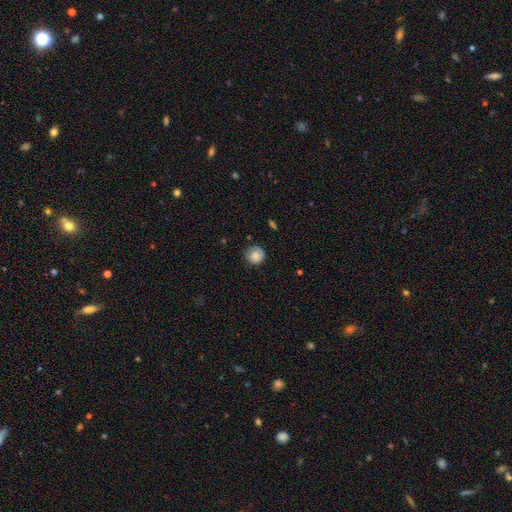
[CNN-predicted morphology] A smooth galaxy with no disk features (78%) that is round (92%).

Vote fractions:
- Smooth or featured? smooth: 78% / featured or disk: 13% / star or artifact: 8%
- How rounded? round: 92% / in between: 7% / cigar-shaped: 1%
- Merging? none: 77% / minor disturbance: 18% / major disturbance: 3% / merger: 1%